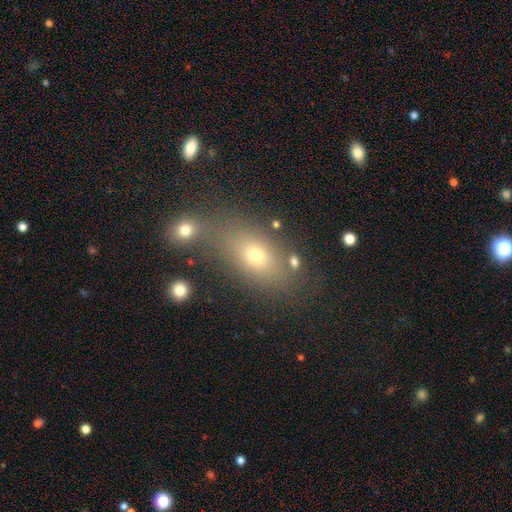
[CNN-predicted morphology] A smooth galaxy with no disk features (63%) that is in between round and cigar-shaped (74%). Merging: none (64%).